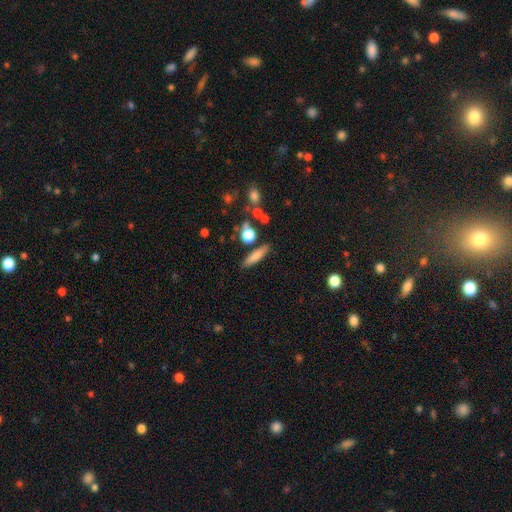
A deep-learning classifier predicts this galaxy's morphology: smooth_or_featured: smooth (p=0.75) [alt: featured or disk p=0.17]
how_rounded: cigar-shaped (p=0.76) [alt: in between p=0.19]
merging: none (p=0.81) [alt: minor disturbance p=0.10]